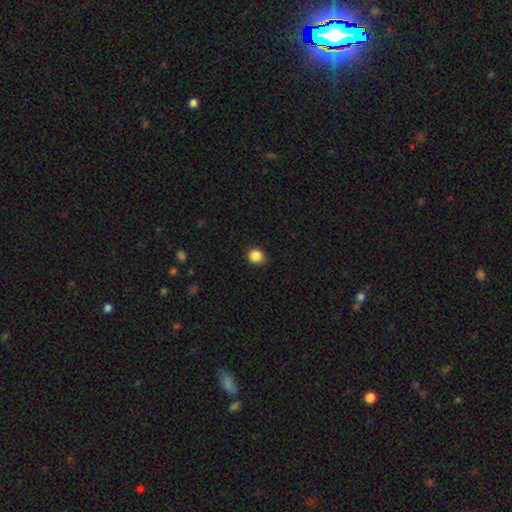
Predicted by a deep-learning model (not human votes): Smooth or featured? Predicted: smooth (p=0.87). How rounded? Predicted: round (p=0.70). Merging? Predicted: none (p=0.84).